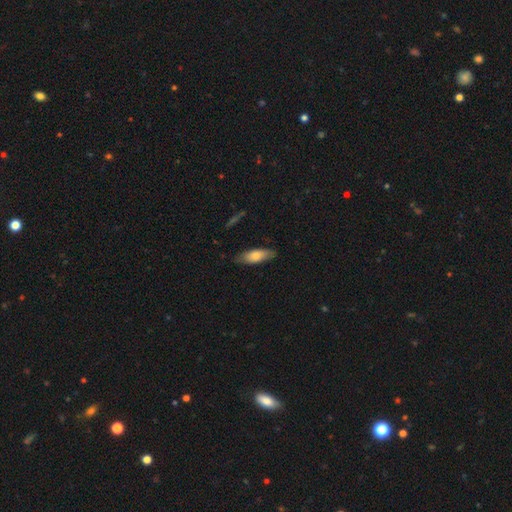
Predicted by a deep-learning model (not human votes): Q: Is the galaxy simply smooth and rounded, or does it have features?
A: smooth — 73%.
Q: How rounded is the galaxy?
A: in between — 64%.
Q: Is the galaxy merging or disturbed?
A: none — 81%.